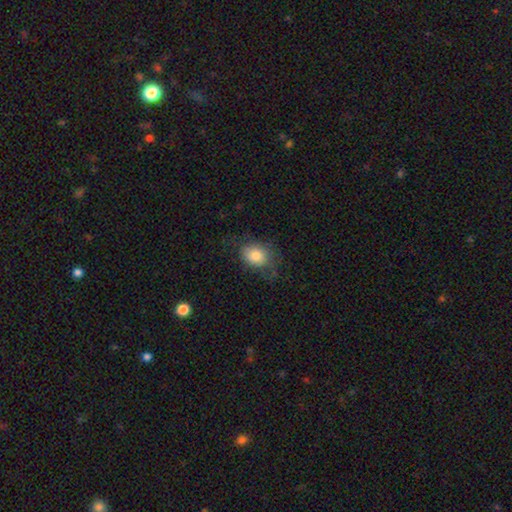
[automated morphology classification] This is clearly a smooth galaxy (82%). How rounded: likely in between (63%). Merging: likely none (66%).